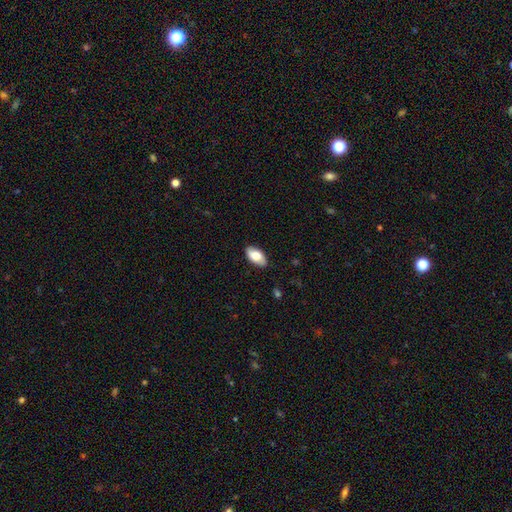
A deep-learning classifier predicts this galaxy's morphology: Smooth or featured? Predicted: smooth (p=0.75). How rounded? Predicted: in between (p=0.94). Merging? Predicted: none (p=0.85).